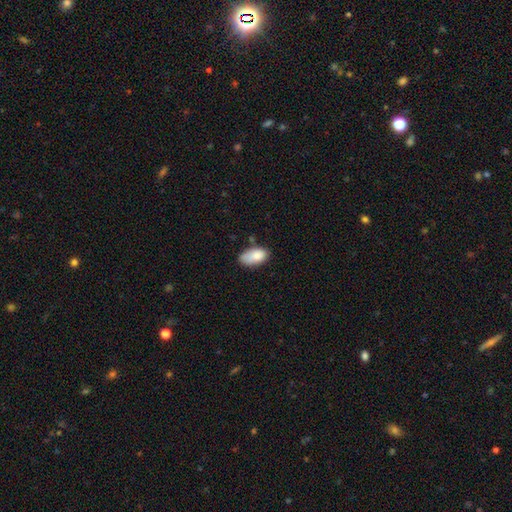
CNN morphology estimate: smooth 83%, featured or disk 10%, star or artifact 8%. Down the decision tree: how rounded — in between (93%); merging — none (53%).